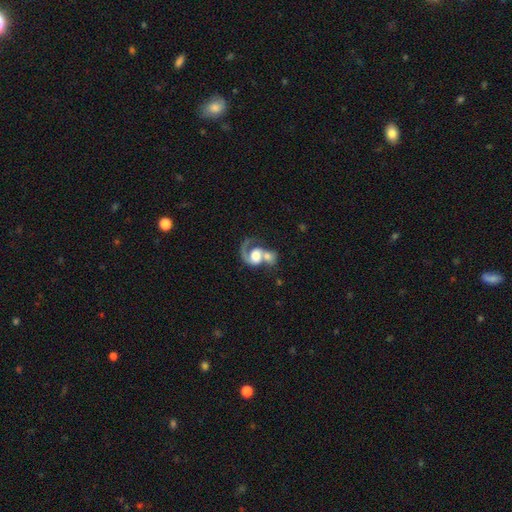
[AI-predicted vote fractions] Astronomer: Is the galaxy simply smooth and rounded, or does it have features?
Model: featured or disk — 68%.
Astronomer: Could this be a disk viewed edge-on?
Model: no — 98%.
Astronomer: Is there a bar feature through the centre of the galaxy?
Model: no — 67%.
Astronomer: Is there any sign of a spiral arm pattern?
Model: yes — 87%.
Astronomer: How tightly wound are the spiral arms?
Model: loose — 38% (runner-up: medium, 36%).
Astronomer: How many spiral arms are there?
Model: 1 — 78%.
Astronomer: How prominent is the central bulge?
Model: large — 45% (runner-up: moderate, 31%).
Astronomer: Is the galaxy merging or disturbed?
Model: merger — 61%.